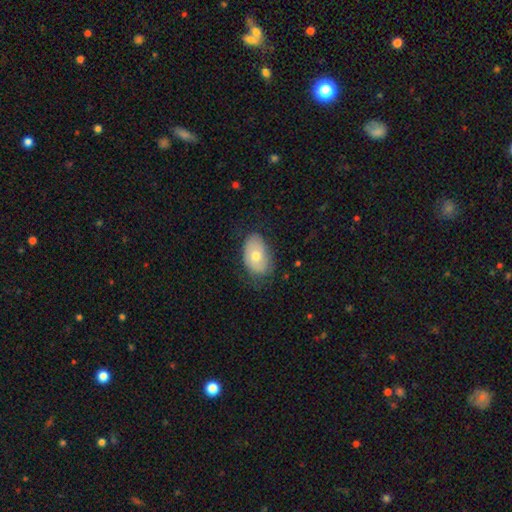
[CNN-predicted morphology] Q: Smooth or featured?
A: smooth (65%); runner-up: featured or disk (28%)
Q: How rounded?
A: in between (88%); runner-up: round (11%)
Q: Merging?
A: none (66%); runner-up: minor disturbance (25%)